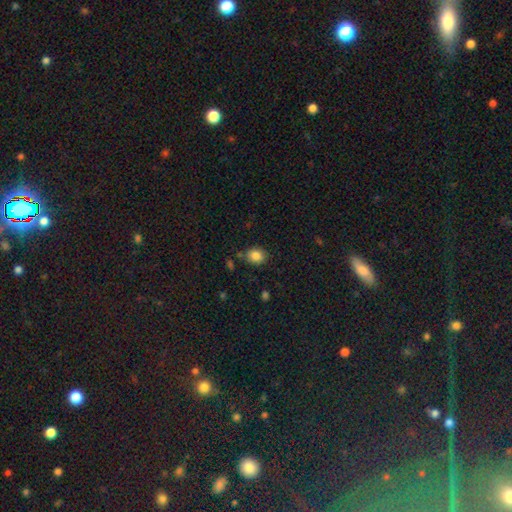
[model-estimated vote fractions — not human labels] This is clearly a smooth galaxy (85%). How rounded: possibly round (58%). Merging: likely none (78%).